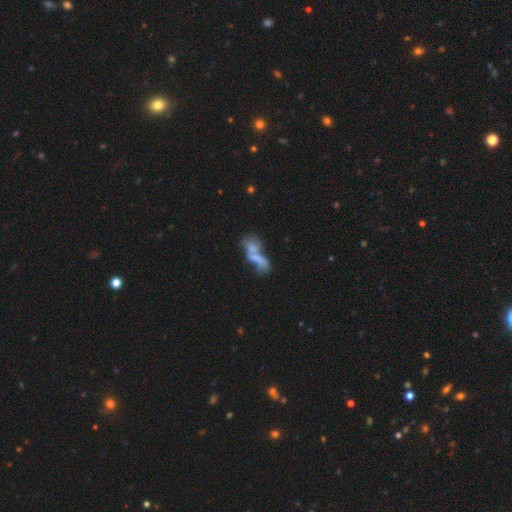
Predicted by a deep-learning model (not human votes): This is likely a smooth galaxy (60%). How rounded: likely in between (64%). Merging: likely merger (64%).